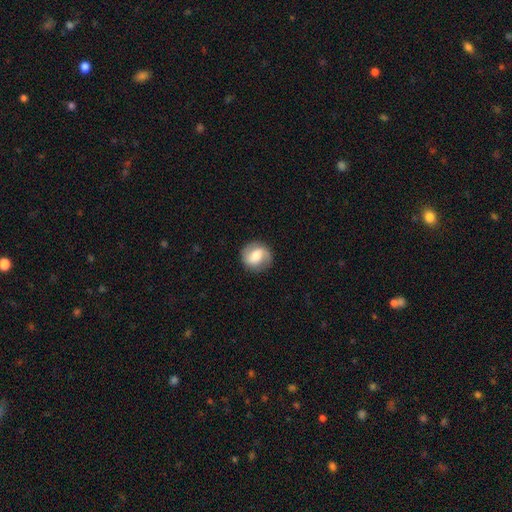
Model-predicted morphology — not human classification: Overall: featured or disk (54%; smooth 39%). Edge-on disk: no (97%). Bar: weak (45%; no 32%). Spiral arms: yes (86%). Bulge size: moderate (51%; large 21%). Merging: none (84%).